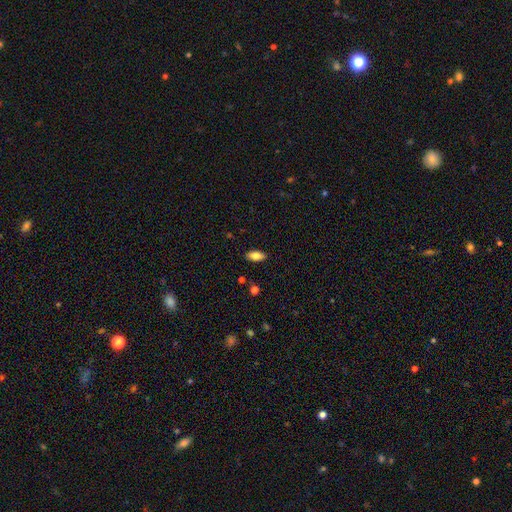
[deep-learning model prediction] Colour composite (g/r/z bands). It shows a smooth galaxy with no disk features (81%) that is in between round and cigar-shaped (89%). Merging: none (88%).